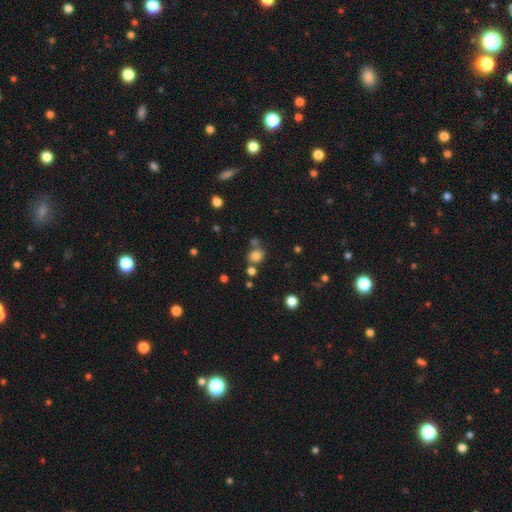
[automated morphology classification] Smooth or featured?
  - smooth: 79% *
  - star or artifact: 14%
  - featured or disk: 7%
How rounded?
  - round: 74% *
  - in between: 25%
  - cigar-shaped: 1%
Merging?
  - none: 67% *
  - merger: 17%
  - minor disturbance: 12%
  - major disturbance: 5%